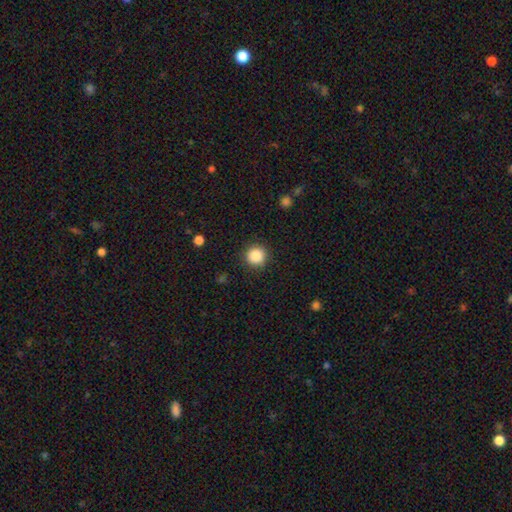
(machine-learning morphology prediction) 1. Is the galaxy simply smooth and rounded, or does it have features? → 87% smooth, 10% star or artifact, 3% featured or disk.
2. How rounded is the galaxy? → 94% round, 5% in between, 1% cigar-shaped.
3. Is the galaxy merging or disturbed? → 90% none, 7% minor disturbance, 2% major disturbance, 1% merger.